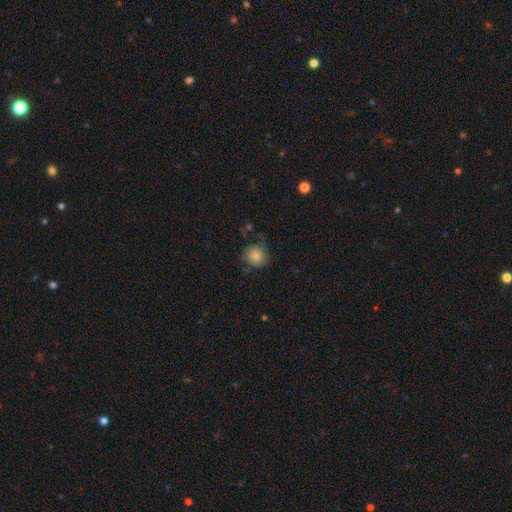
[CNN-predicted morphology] type=smooth (75%); roundness=round (87%); merging=none (63%).